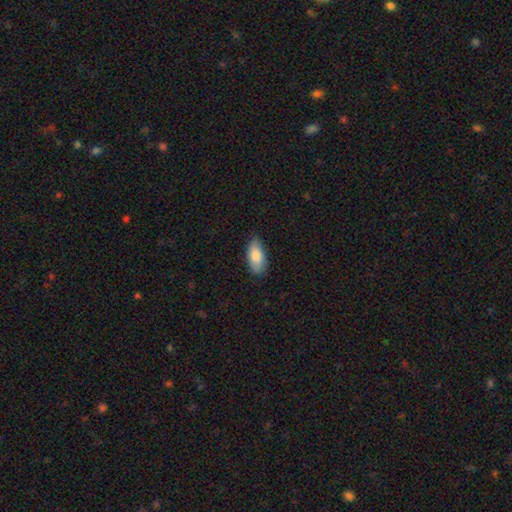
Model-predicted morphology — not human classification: A smooth galaxy with no disk features (83%) that is in between round and cigar-shaped (90%).

Vote fractions:
- Smooth or featured? smooth: 83% / featured or disk: 11% / star or artifact: 6%
- How rounded? in between: 90% / cigar-shaped: 8% / round: 2%
- Merging? none: 77% / minor disturbance: 19% / major disturbance: 3% / merger: 1%